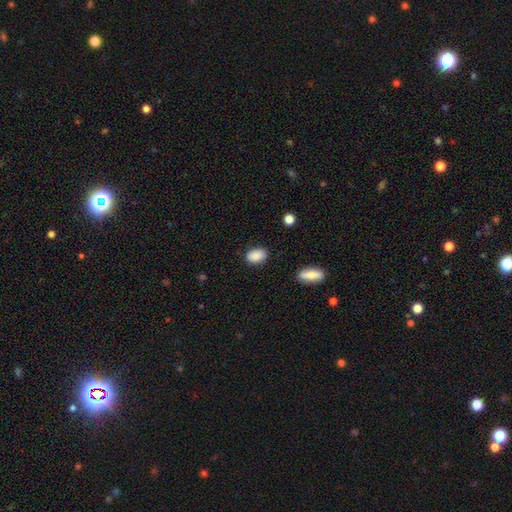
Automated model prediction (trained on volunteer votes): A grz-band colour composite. It shows a smooth galaxy with no disk features (88%) that is in between round and cigar-shaped (85%). Merging: none (84%).